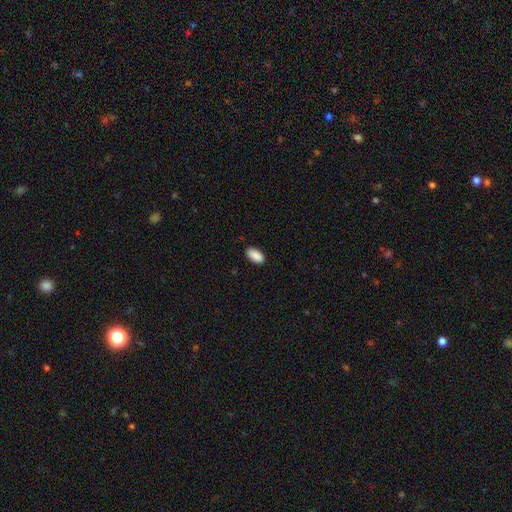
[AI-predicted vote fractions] smooth_or_featured: smooth (p=0.91) [alt: star or artifact p=0.07]
how_rounded: in between (p=0.94) [alt: cigar-shaped p=0.04]
merging: none (p=0.87) [alt: minor disturbance p=0.10]